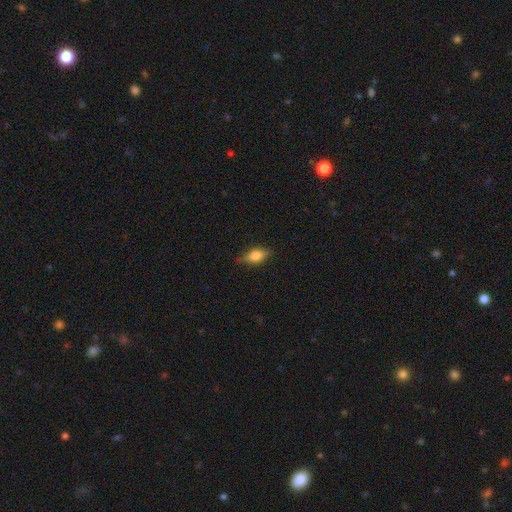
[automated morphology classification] Smooth or featured?
  - smooth: 56% *
  - featured or disk: 35%
  - star or artifact: 9%
How rounded?
  - in between: 77% *
  - cigar-shaped: 15%
  - round: 8%
Merging?
  - none: 78% *
  - minor disturbance: 18%
  - major disturbance: 4%
  - merger: 1%